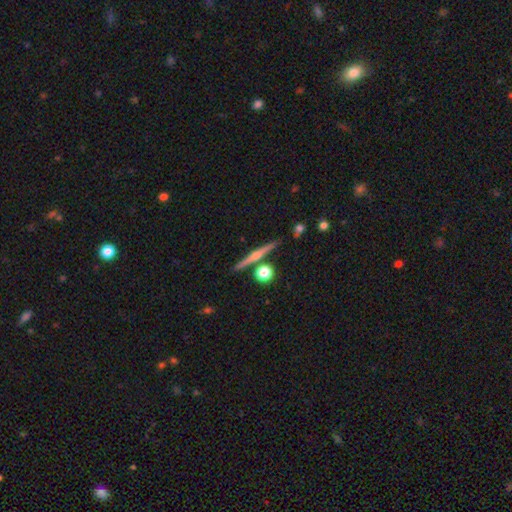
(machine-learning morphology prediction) A featured or disk galaxy (69%) viewed edge-on (97%) with a rounded central bulge (84%).

Vote fractions:
- Smooth or featured? featured or disk: 69% / smooth: 23% / star or artifact: 8%
- Edge-on disk? yes: 97% / no: 3%
- Edge-on bulge? rounded: 84% / none: 10% / boxy: 6%
- Merging? none: 84% / minor disturbance: 7% / merger: 7% / major disturbance: 2%